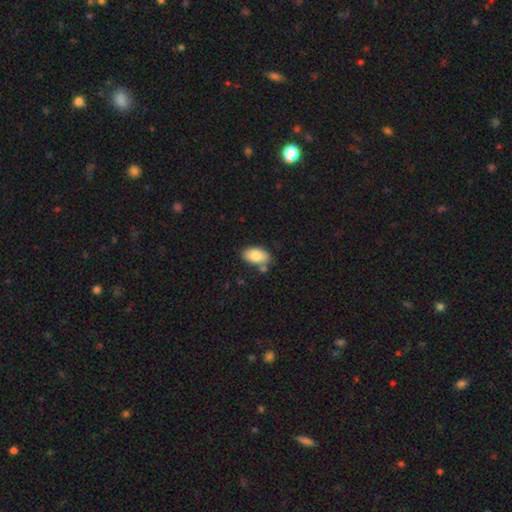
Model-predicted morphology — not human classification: A smooth galaxy with no disk features (81%) that is in between round and cigar-shaped (93%). Merging: none (72%).